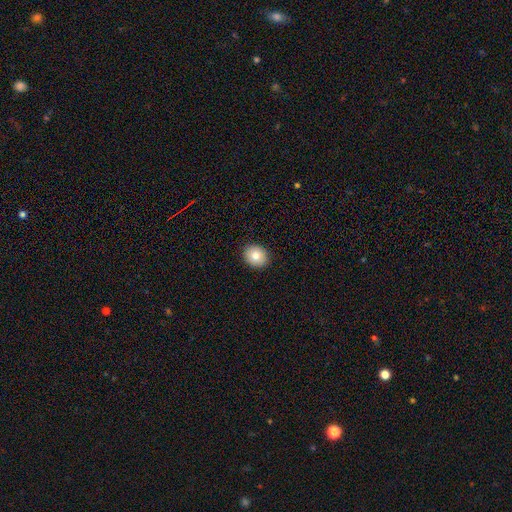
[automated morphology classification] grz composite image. It shows a smooth galaxy with no disk features (81%) that is round (67%). Merging: none (91%).